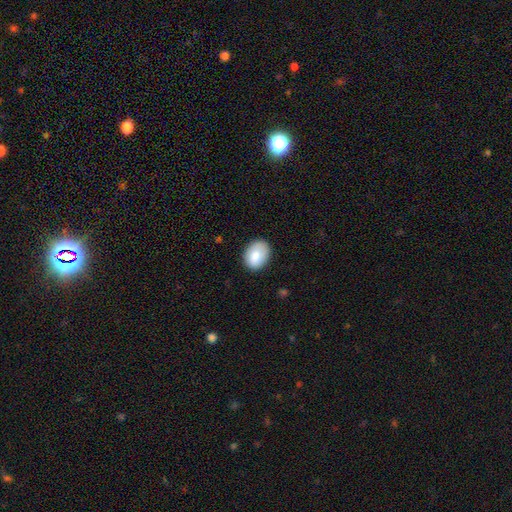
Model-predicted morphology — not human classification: Smooth or featured: smooth — 85% (featured or disk — 8%)
How rounded: in between — 74% (round — 25%)
Merging: none — 83% (minor disturbance — 13%)